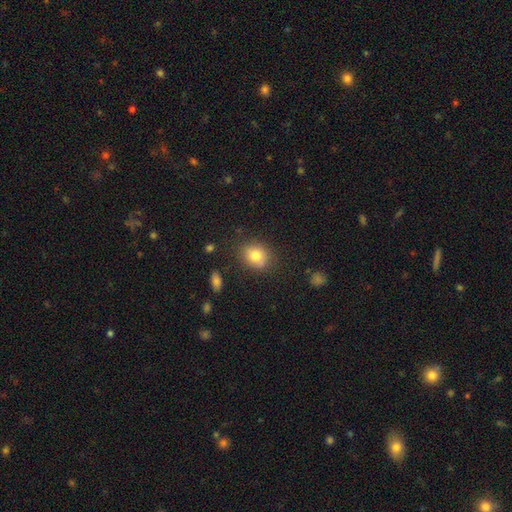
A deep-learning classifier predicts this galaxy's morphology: smooth-or-featured: smooth: 79% | featured or disk: 10% | star or artifact: 10%
  how-rounded: round: 62% | in between: 37% | cigar-shaped: 1%
  merging: none: 78% | minor disturbance: 15% | major disturbance: 4% | merger: 3%